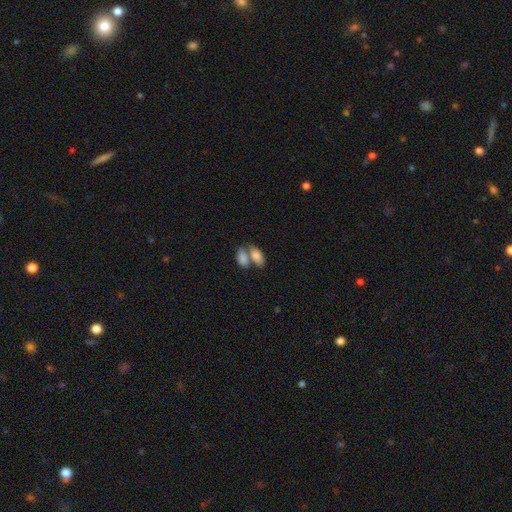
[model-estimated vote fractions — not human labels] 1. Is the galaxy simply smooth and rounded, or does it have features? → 83% smooth, 10% featured or disk, 6% star or artifact.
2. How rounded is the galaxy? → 92% in between, 5% round, 3% cigar-shaped.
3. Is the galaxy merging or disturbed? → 59% merger, 28% none, 9% minor disturbance, 4% major disturbance.